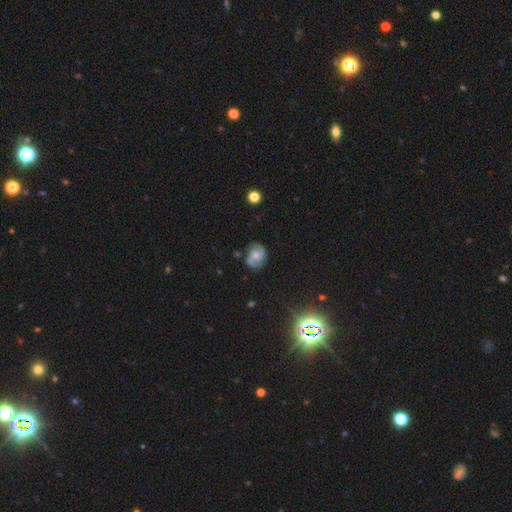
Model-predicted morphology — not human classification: The model was most divided on "bulge size": moderate: 43%, small: 34%, none: 14%, large: 7%, dominant: 2%. More confident: edge-on disk — no (97%); spiral arms — yes (86%); merging — none (68%); smooth or featured — featured or disk (59%); bar — no (59%).